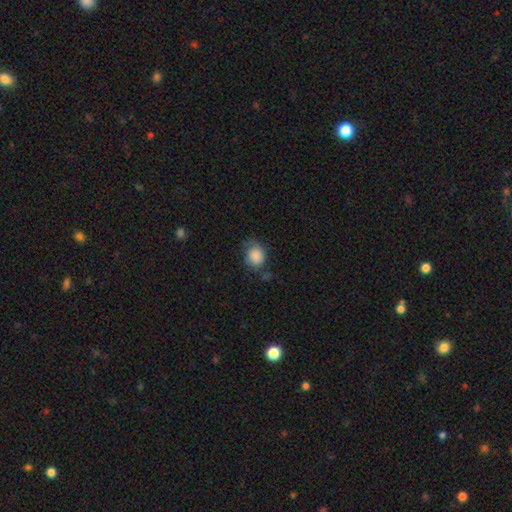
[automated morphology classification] Smooth or featured? Predicted: smooth (p=0.83). How rounded? Predicted: round (p=0.63). Merging? Predicted: none (p=0.54).